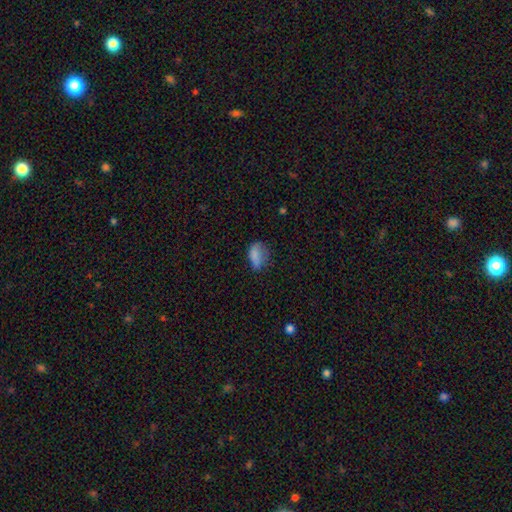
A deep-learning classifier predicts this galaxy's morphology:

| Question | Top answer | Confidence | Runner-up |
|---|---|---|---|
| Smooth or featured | smooth | 78% | featured or disk (12%) |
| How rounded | in between | 87% | round (10%) |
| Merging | none | 40% | minor disturbance (36%) |